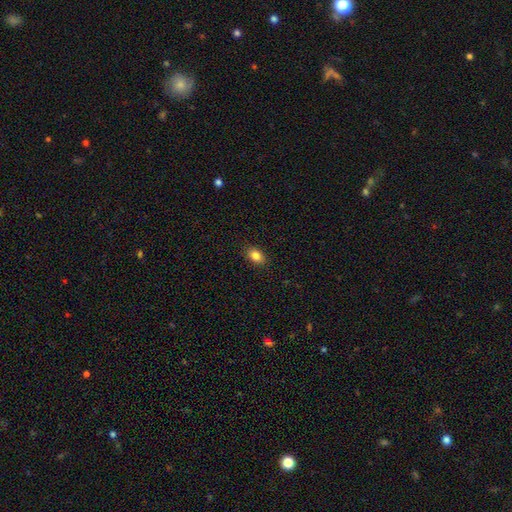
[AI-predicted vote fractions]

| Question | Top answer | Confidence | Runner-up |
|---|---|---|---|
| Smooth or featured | smooth | 84% | star or artifact (9%) |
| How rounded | in between | 82% | round (16%) |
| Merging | none | 88% | minor disturbance (9%) |